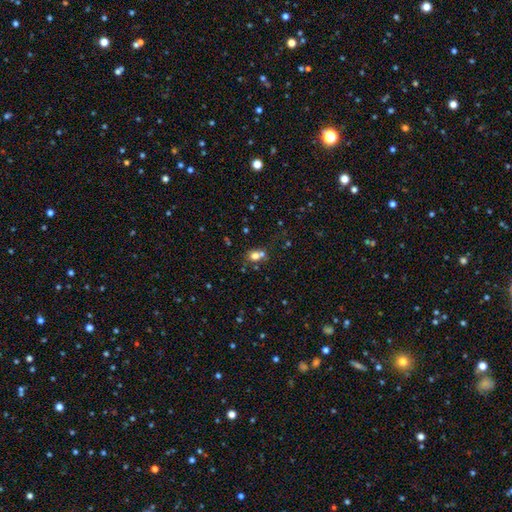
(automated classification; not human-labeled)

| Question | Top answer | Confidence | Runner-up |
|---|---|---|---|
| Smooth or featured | smooth | 71% | star or artifact (16%) |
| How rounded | round | 50% | in between (48%) |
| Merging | none | 42% | merger (41%) |